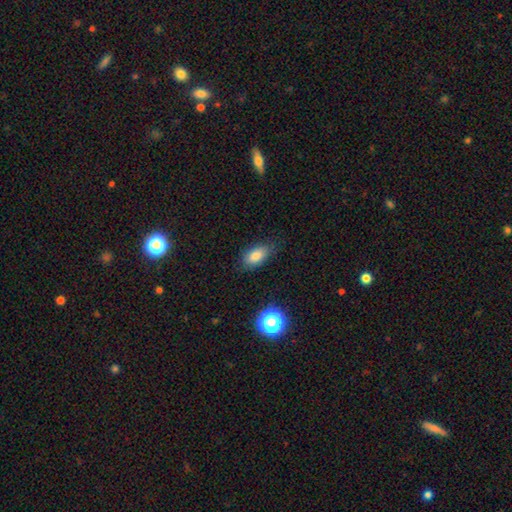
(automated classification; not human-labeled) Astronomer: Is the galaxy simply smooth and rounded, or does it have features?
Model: smooth — 83%.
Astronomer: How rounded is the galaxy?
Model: in between — 89%.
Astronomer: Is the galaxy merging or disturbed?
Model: none — 78%.